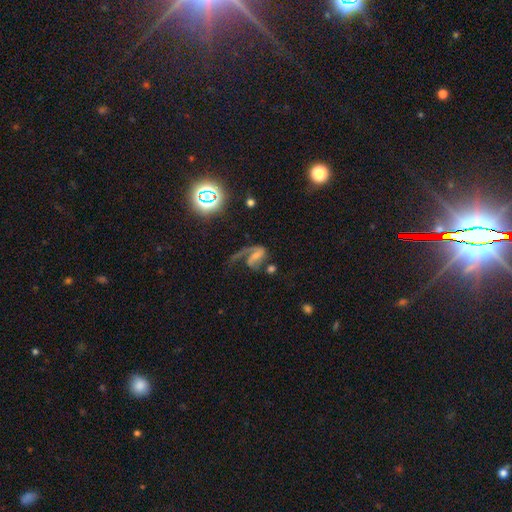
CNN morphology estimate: Smooth or featured? Predicted: featured or disk (p=0.68). Edge-on disk? Predicted: no (p=0.97). Bar? Predicted: weak (p=0.36). Spiral arms? Predicted: yes (p=0.86). Spiral winding? Predicted: loose (p=0.53). Spiral arm count? Predicted: 1 (p=0.58). Bulge size? Predicted: small (p=0.36). Merging? Predicted: major disturbance (p=0.47).